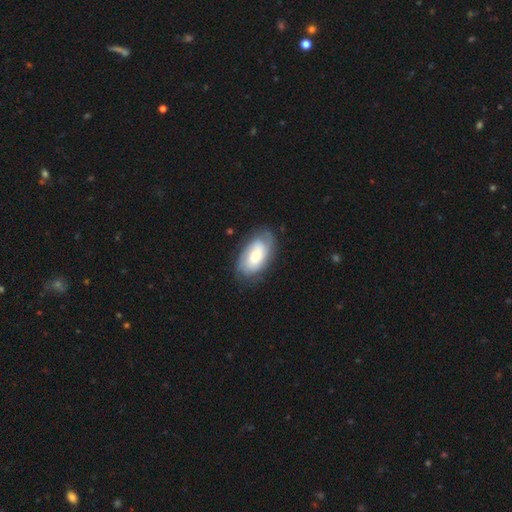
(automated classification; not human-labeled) Q: Smooth or featured?
A: featured or disk (50%); runner-up: smooth (44%)
Q: Edge-on disk?
A: no (94%); runner-up: yes (6%)
Q: Merging?
A: none (75%); runner-up: minor disturbance (18%)